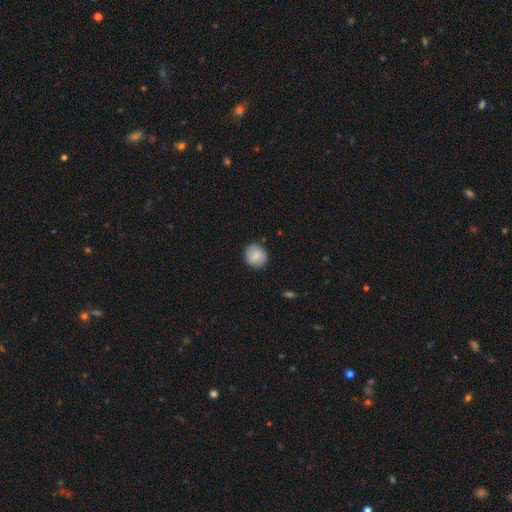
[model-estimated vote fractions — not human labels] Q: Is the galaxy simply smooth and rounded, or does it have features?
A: smooth — 84%.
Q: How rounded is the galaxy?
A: round — 84%.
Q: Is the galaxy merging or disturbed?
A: none — 86%.